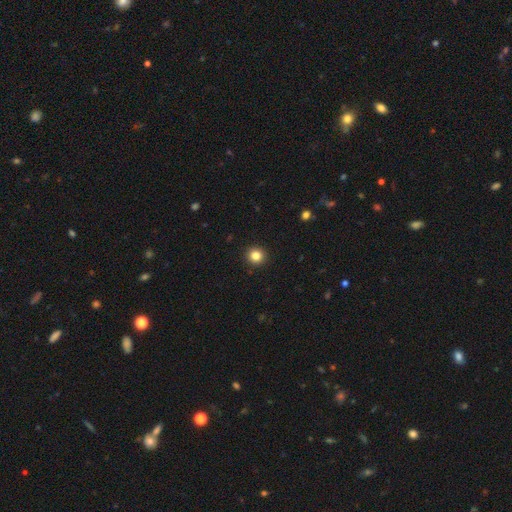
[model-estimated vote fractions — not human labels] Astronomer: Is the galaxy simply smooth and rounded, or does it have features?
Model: smooth — 83%.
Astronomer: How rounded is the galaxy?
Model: round — 93%.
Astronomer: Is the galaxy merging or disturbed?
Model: none — 93%.